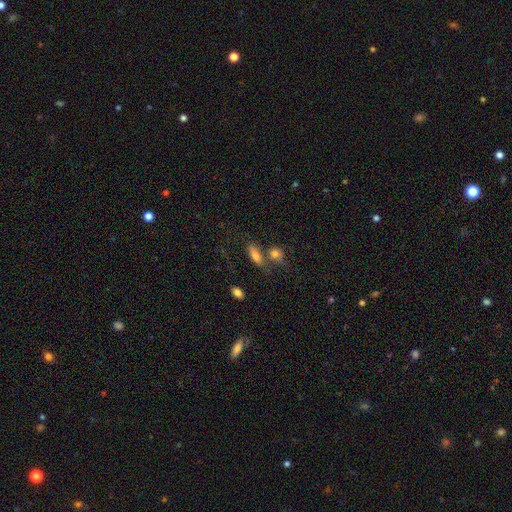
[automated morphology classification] The model was most divided on "merging": none: 54%, merger: 24%, minor disturbance: 14%, major disturbance: 7%. More confident: smooth or featured — smooth (75%); how rounded — in between (69%).